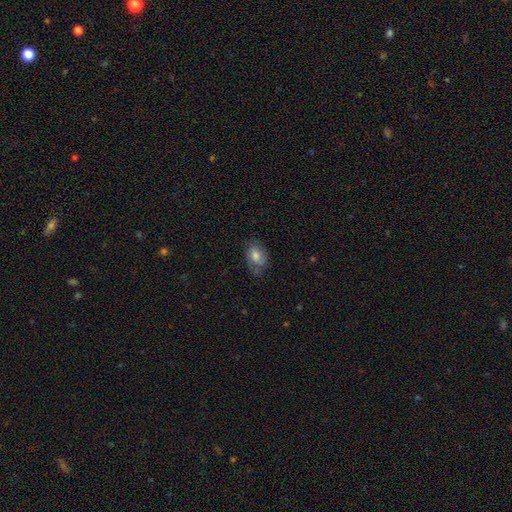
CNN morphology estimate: Overall: smooth (57%; featured or disk 33%). How rounded: in between (80%). Merging: none (61%; minor disturbance 26%).